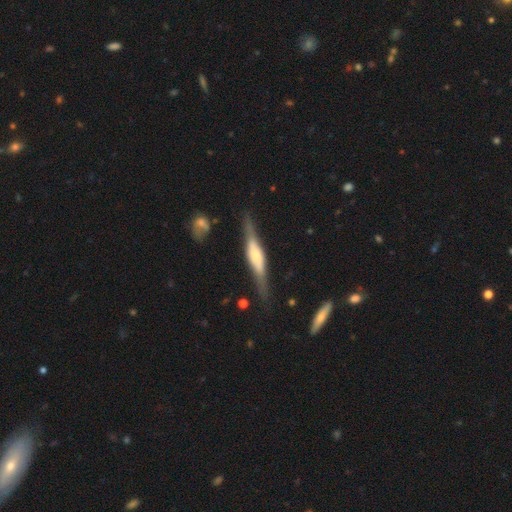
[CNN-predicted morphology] featured or disk 68%, smooth 26%, star or artifact 6%. Down the decision tree: edge-on disk — yes (95%); edge-on bulge — rounded (56%); merging — none (80%).